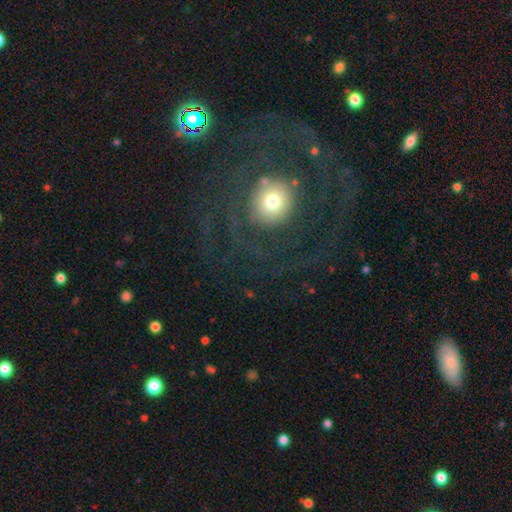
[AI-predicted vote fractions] The model was most divided on "spiral arms": yes: 55%, no: 45%. Remaining: edge-on disk — no (96%); bar — no (84%); merging — none (73%); smooth or featured — featured or disk (62%); bulge size — moderate (49%).